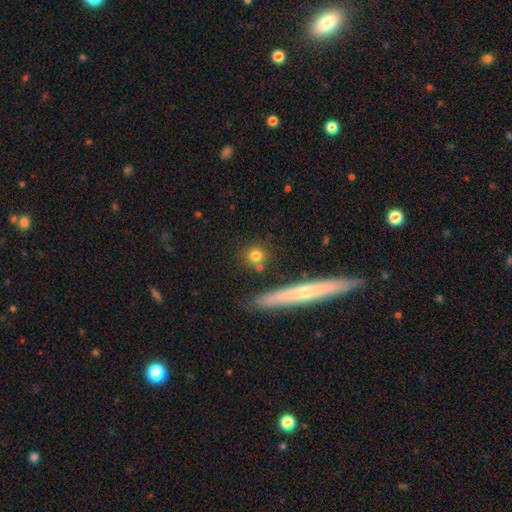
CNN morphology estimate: Smooth or featured: smooth — 76% (featured or disk — 13%)
How rounded: round — 83% (in between — 9%)
Merging: none — 79% (merger — 9%)